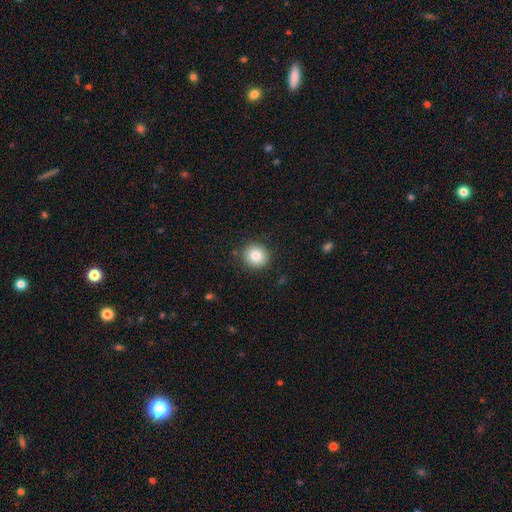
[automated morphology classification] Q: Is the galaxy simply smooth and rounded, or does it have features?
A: smooth — 84%.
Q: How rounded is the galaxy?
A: round — 88%.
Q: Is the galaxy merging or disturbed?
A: none — 89%.